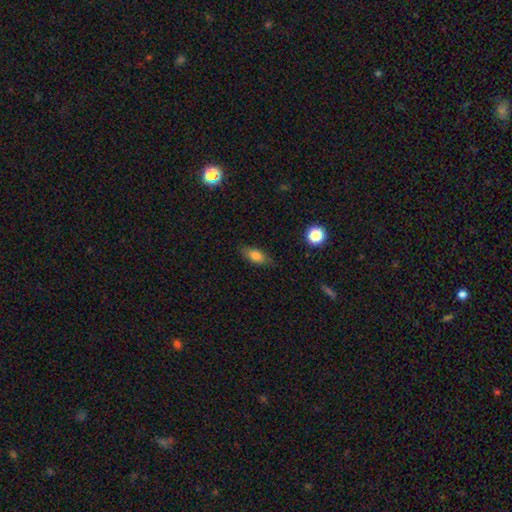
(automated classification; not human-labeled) Smooth or featured? Predicted: smooth (p=0.78). How rounded? Predicted: in between (p=0.82). Merging? Predicted: none (p=0.79).